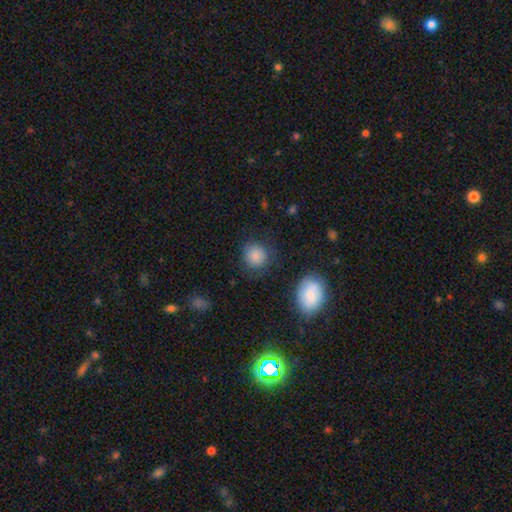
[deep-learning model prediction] The model was most divided on "merging": none: 81%, minor disturbance: 12%, major disturbance: 4%, merger: 3%. More confident: how rounded — round (88%); smooth or featured — smooth (85%).